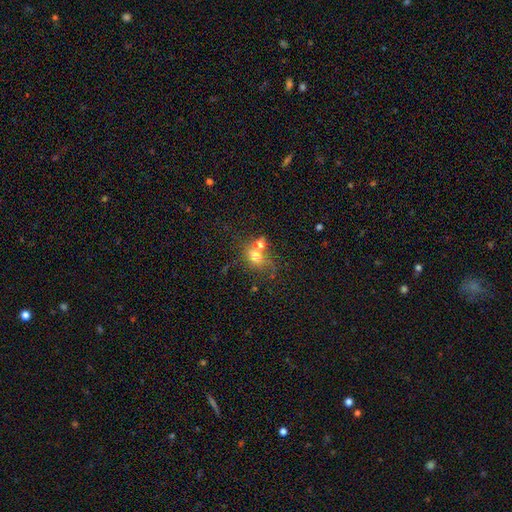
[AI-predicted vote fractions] smooth-or-featured: smooth: 65% | featured or disk: 19% | star or artifact: 16%
  how-rounded: round: 49% (tied) | in between: 49% (tied) | cigar-shaped: 2%
  merging: merger: 40% (tied) | none: 40% (tied) | minor disturbance: 12% | major disturbance: 8%